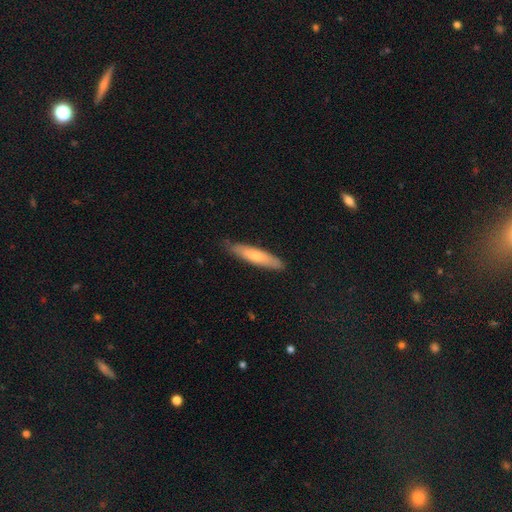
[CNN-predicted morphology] Smooth or featured?
  - smooth: 67% *
  - featured or disk: 28%
  - star or artifact: 5%
How rounded?
  - cigar-shaped: 82% *
  - in between: 17%
  - round: 1%
Merging?
  - none: 83% *
  - minor disturbance: 14%
  - major disturbance: 2%
  - merger: 1%